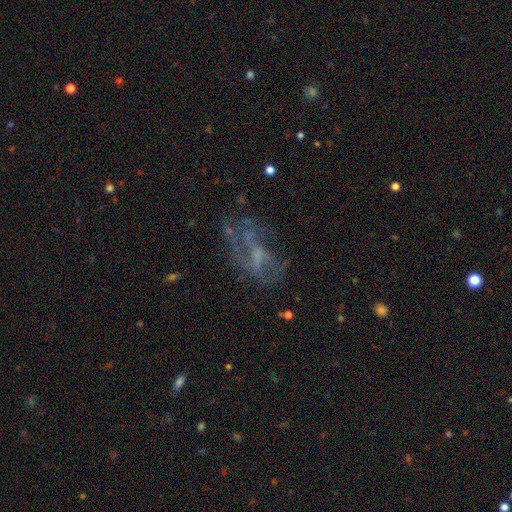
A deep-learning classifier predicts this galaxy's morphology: Smooth or featured? featured or disk (61%)
Edge-on disk? no (94%)
Bar? no (53%)
Spiral arms? no (55%)
Bulge size? none (38%)
Merging? none (48%)